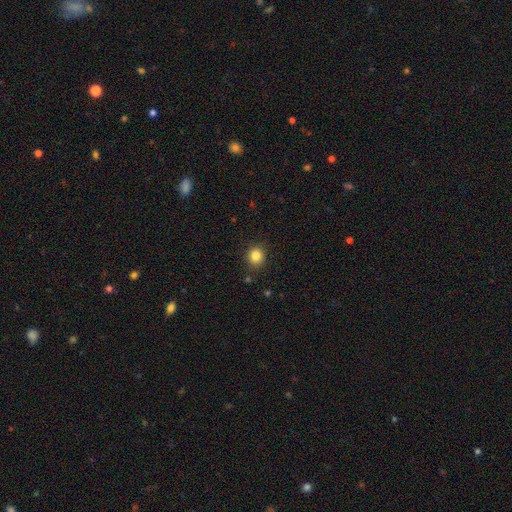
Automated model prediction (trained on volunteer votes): Morphology: type=smooth (84%); roundness=round (80%); merging=none (87%).